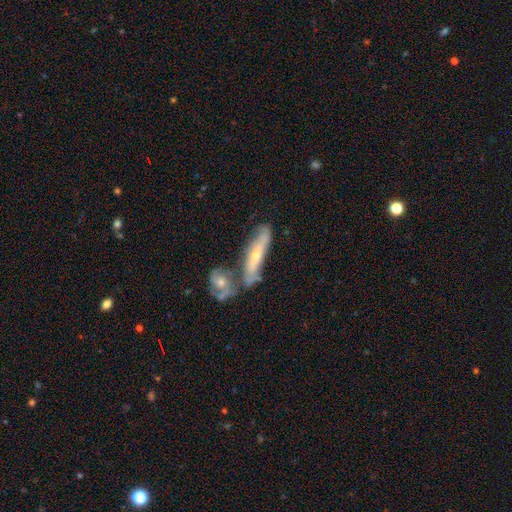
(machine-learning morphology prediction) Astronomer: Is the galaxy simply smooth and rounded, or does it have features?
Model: featured or disk — 57% (runner-up: smooth, 37%).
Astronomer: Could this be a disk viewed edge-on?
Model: yes — 51% (runner-up: no, 49%).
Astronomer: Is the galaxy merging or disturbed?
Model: none — 44% (runner-up: merger, 34%).